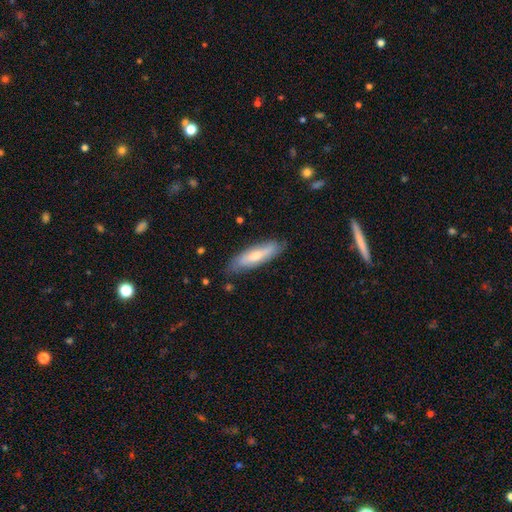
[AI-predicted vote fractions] A smooth galaxy with no disk features (60%) that is cigar-shaped (60%). Merging: none (79%).